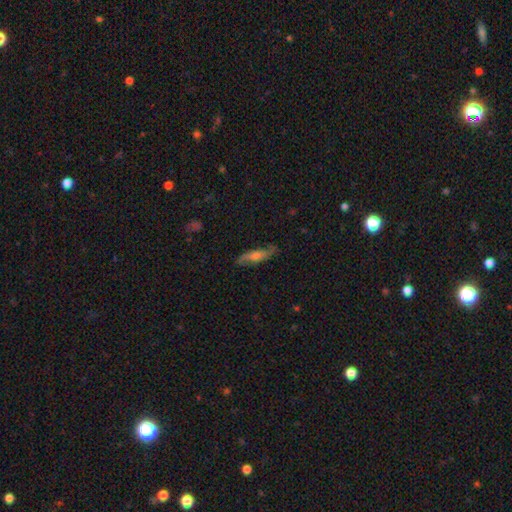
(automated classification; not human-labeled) Q: Smooth or featured?
A: featured or disk (57%); runner-up: smooth (35%)
Q: Edge-on disk?
A: no (57%); runner-up: yes (43%)
Q: Merging?
A: none (80%); runner-up: minor disturbance (15%)